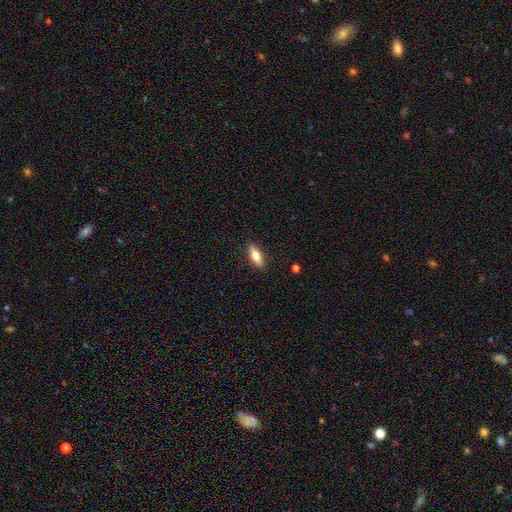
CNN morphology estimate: smooth-or-featured: smooth: 66% | featured or disk: 27% | star or artifact: 6%
  how-rounded: in between: 62% | cigar-shaped: 36% | round: 3%
  merging: none: 89% | minor disturbance: 8% | major disturbance: 2% | merger: 1%